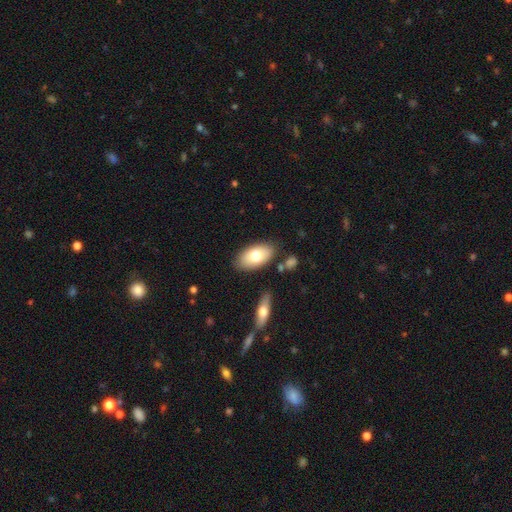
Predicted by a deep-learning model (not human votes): smooth-or-featured: smooth: 71% | featured or disk: 22% | star or artifact: 6%
  how-rounded: in between: 94% | round: 4% | cigar-shaped: 3%
  merging: none: 82% | minor disturbance: 11% | merger: 4% | major disturbance: 3%